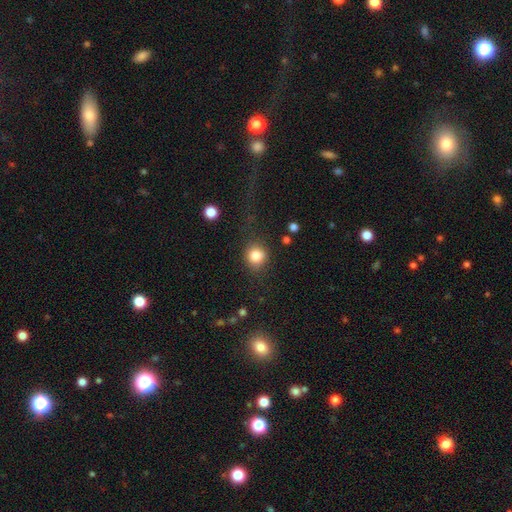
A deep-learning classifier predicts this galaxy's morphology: A smooth galaxy with no disk features (83%) that is round (83%).

Vote fractions:
- Smooth or featured? smooth: 83% / star or artifact: 10% / featured or disk: 7%
- How rounded? round: 83% / in between: 16% / cigar-shaped: 1%
- Merging? none: 76% / minor disturbance: 14% / major disturbance: 7% / merger: 3%